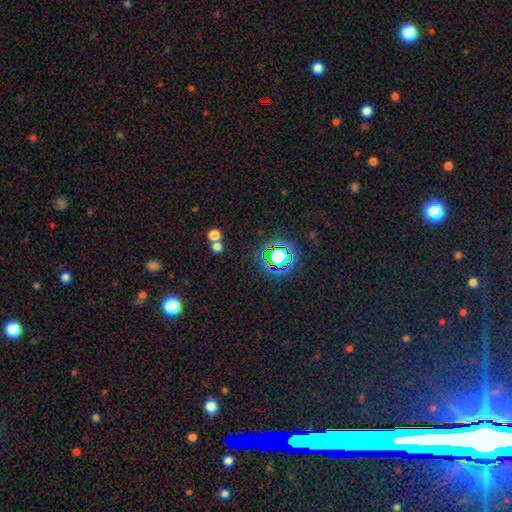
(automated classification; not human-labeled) Smooth or featured?
  - star or artifact: 76% *
  - smooth: 15%
  - featured or disk: 9%